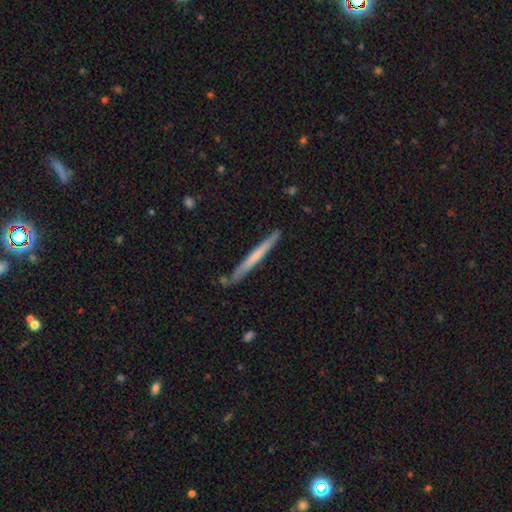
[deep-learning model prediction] Overall: smooth (51%; featured or disk 44%). How rounded: cigar-shaped (97%). Merging: none (84%).